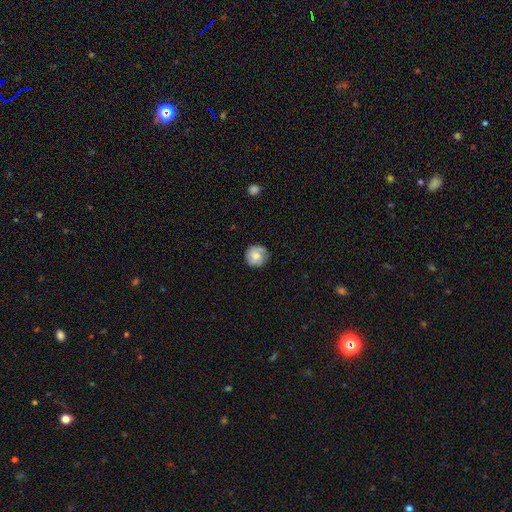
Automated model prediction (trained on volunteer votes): Morphology: type=smooth (60%); roundness=round (91%); merging=none (76%).